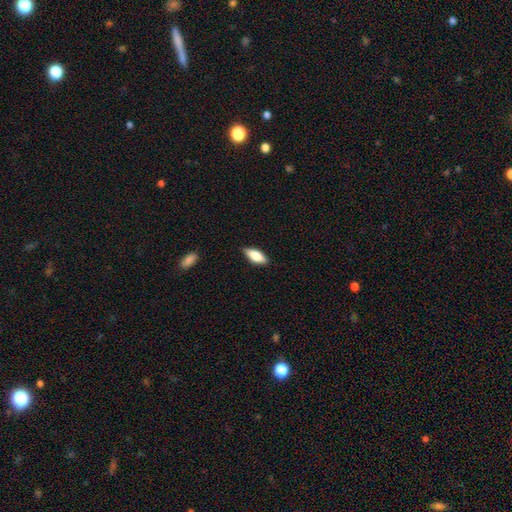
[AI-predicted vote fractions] A smooth galaxy with no disk features (74%) that is in between round and cigar-shaped (77%).

Vote fractions:
- Smooth or featured? smooth: 74% / featured or disk: 20% / star or artifact: 6%
- How rounded? in between: 77% / cigar-shaped: 20% / round: 2%
- Merging? none: 86% / minor disturbance: 11% / major disturbance: 2% / merger: 1%